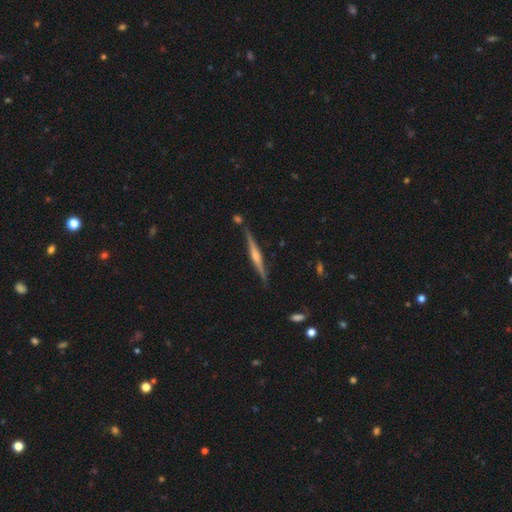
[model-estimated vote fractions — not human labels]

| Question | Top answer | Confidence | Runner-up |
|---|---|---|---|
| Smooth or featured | featured or disk | 74% | smooth (20%) |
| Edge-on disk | yes | 98% | no (2%) |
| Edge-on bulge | rounded | 69% | boxy (18%) |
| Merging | none | 86% | minor disturbance (9%) |